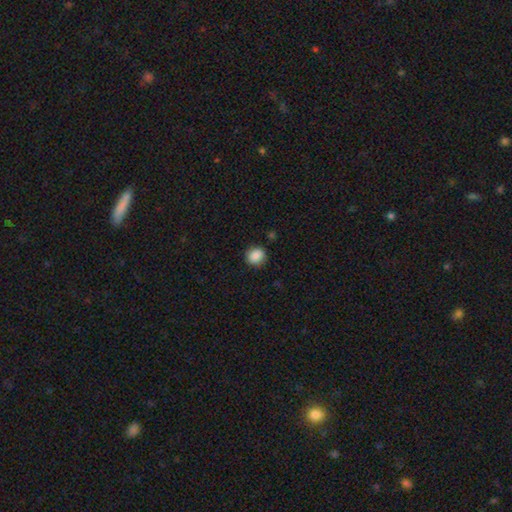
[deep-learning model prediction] Q: Smooth or featured?
A: smooth (88%); runner-up: star or artifact (9%)
Q: How rounded?
A: round (78%); runner-up: in between (21%)
Q: Merging?
A: none (87%); runner-up: minor disturbance (9%)